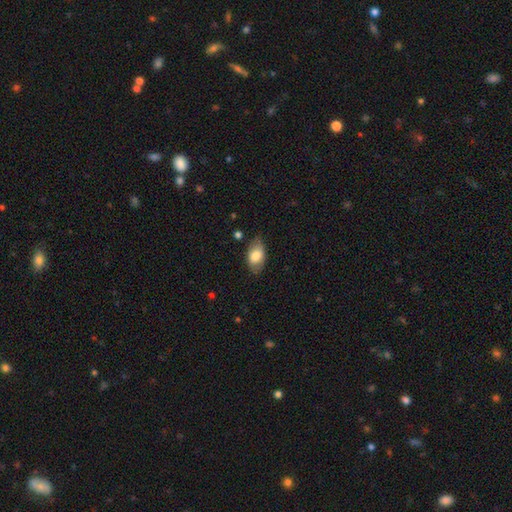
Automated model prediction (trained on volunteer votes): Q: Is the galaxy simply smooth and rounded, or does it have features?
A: smooth — 77%.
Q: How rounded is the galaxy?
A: in between — 92%.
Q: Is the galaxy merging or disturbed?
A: none — 77%.